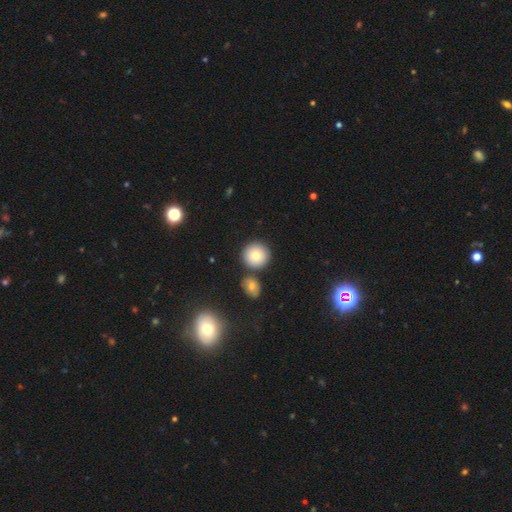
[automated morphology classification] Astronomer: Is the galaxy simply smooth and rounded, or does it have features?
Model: smooth — 80%.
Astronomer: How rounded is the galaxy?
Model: round — 94%.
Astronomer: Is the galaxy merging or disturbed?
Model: none — 80%.